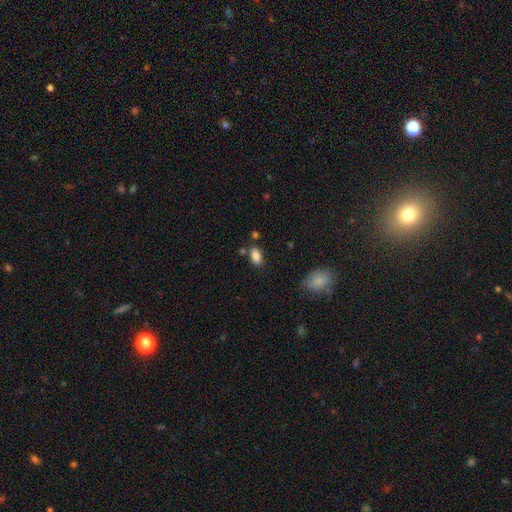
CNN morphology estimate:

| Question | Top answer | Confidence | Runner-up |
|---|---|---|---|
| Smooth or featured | smooth | 86% | star or artifact (9%) |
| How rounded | in between | 91% | cigar-shaped (5%) |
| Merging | none | 76% | minor disturbance (13%) |